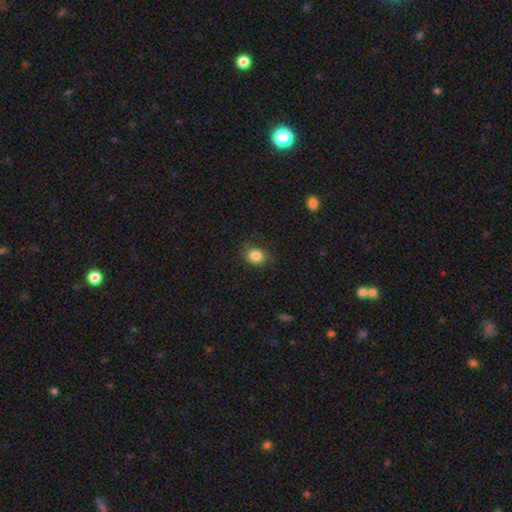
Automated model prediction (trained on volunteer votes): smooth-or-featured: smooth: 85% | star or artifact: 10% | featured or disk: 5%
  how-rounded: round: 58% | in between: 41% | cigar-shaped: 1%
  merging: none: 78% | minor disturbance: 17% | major disturbance: 4% | merger: 1%